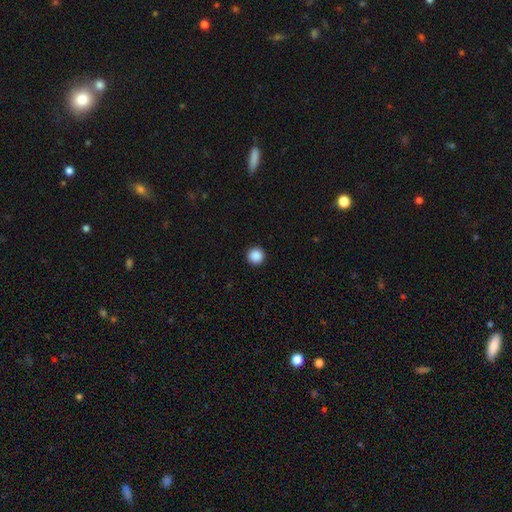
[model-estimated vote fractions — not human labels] smooth 89%, star or artifact 9%, featured or disk 2%. Down the decision tree: how rounded — round (97%); merging — none (94%).